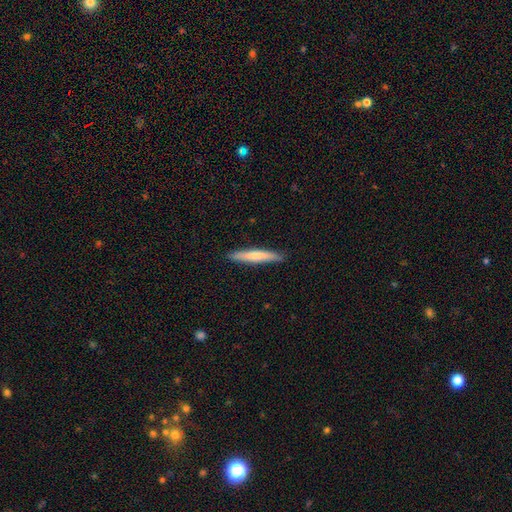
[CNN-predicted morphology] This is likely a smooth galaxy (67%). How rounded: clearly cigar-shaped (94%). Merging: clearly none (90%).